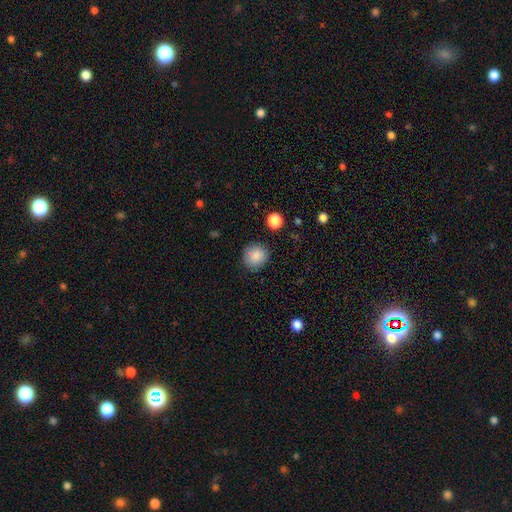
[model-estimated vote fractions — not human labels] Q: Smooth or featured?
A: smooth (85%); runner-up: star or artifact (9%)
Q: How rounded?
A: round (87%); runner-up: in between (12%)
Q: Merging?
A: none (82%); runner-up: minor disturbance (12%)